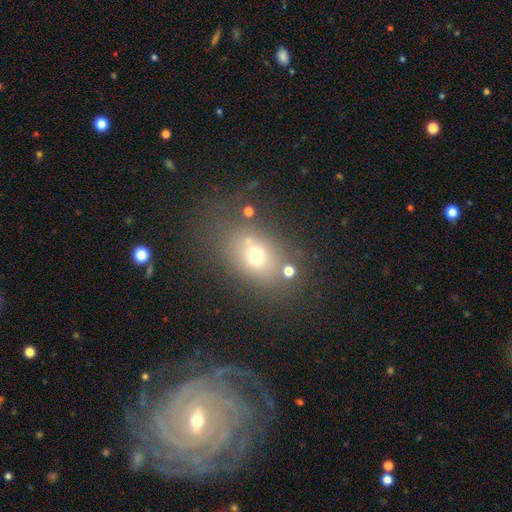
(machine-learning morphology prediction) Q: Smooth or featured?
A: smooth (62%); runner-up: featured or disk (20%)
Q: How rounded?
A: in between (66%); runner-up: round (31%)
Q: Merging?
A: none (62%); runner-up: minor disturbance (16%)